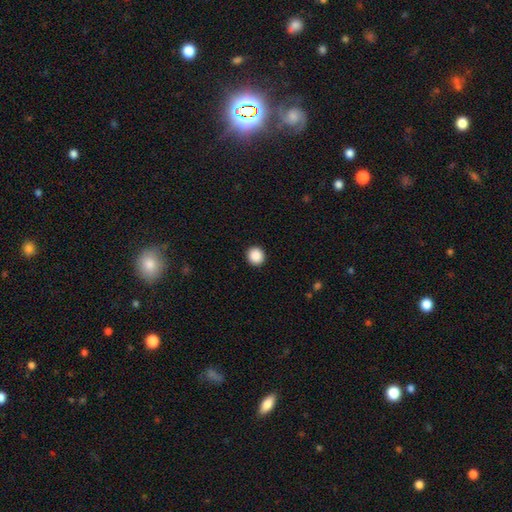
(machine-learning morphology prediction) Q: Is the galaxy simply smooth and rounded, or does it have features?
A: smooth — 89%.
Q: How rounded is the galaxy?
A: round — 92%.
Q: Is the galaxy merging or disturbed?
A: none — 93%.